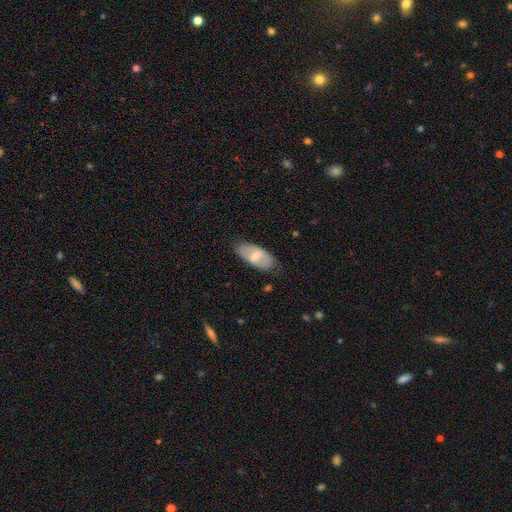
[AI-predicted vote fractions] Smooth or featured: smooth — 58% (featured or disk — 35%)
How rounded: in between — 87% (cigar-shaped — 10%)
Merging: none — 77% (minor disturbance — 17%)